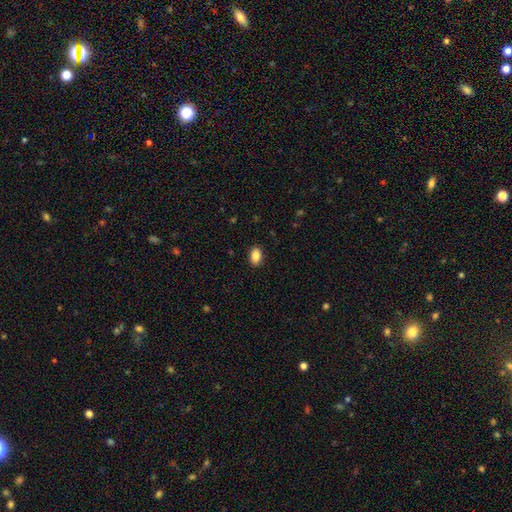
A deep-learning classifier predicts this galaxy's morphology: The model was most divided on "how rounded": in between: 86%, round: 13%, cigar-shaped: 1%. More confident: merging — none (89%); smooth or featured — smooth (88%).